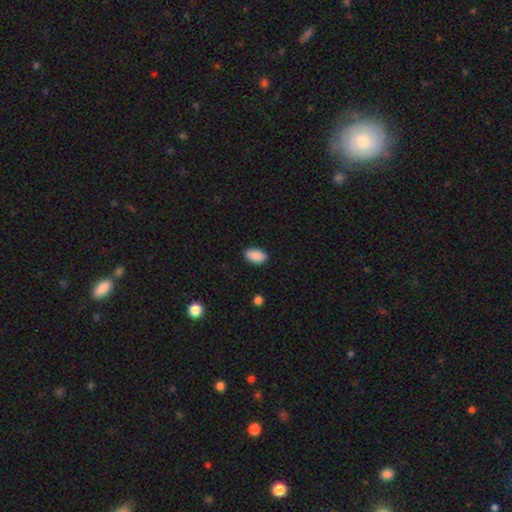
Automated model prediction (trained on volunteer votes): smooth 90%, star or artifact 7%, featured or disk 3%. Down the decision tree: how rounded — in between (92%); merging — none (87%).